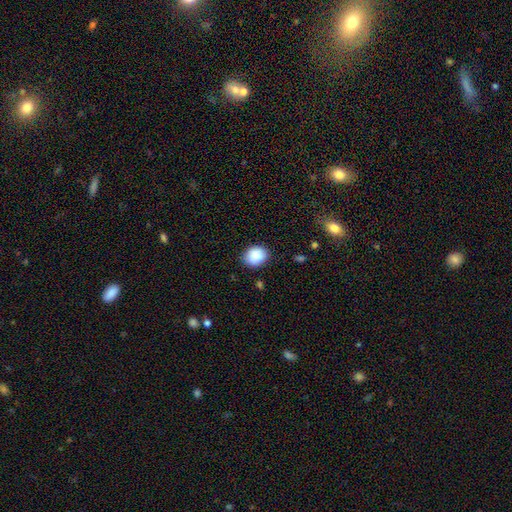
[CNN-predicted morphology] A smooth galaxy with no disk features (88%) that is round (56%). Merging: none (85%).